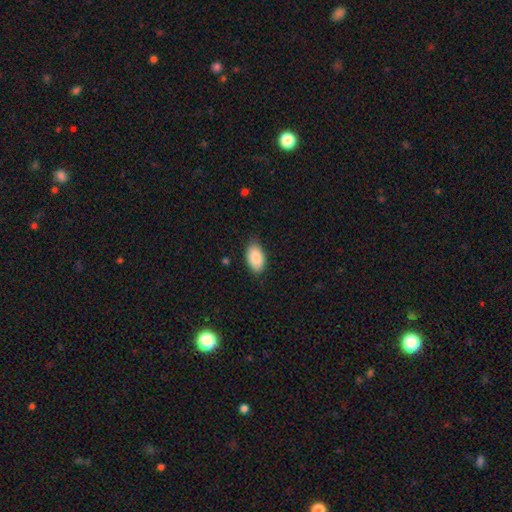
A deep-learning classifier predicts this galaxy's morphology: smooth-or-featured: smooth: 88% | star or artifact: 6% | featured or disk: 6%
  how-rounded: in between: 94% | round: 4% | cigar-shaped: 1%
  merging: none: 82% | minor disturbance: 14% | major disturbance: 2% | merger: 1%